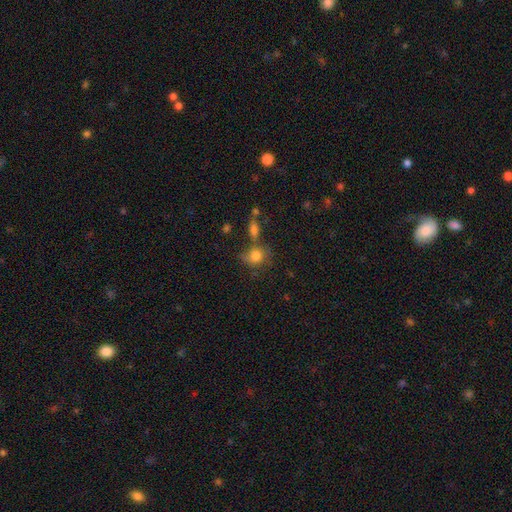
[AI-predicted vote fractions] Overall: smooth (76%). How rounded: round (72%). Merging: none (50%; merger 21%).